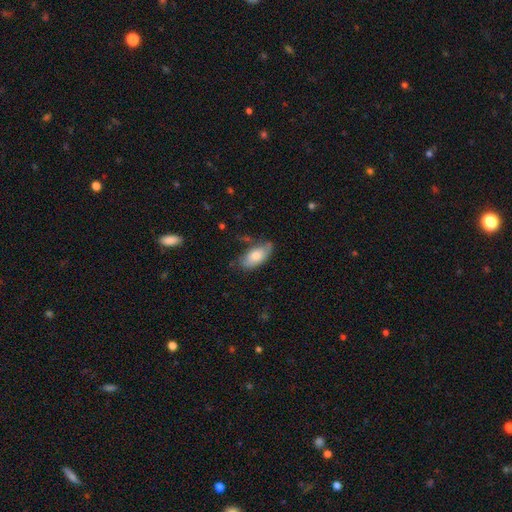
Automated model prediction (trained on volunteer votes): This appears to be a smooth galaxy with no disk features (75%) that is in between round and cigar-shaped (89%). Merging: none (62%).